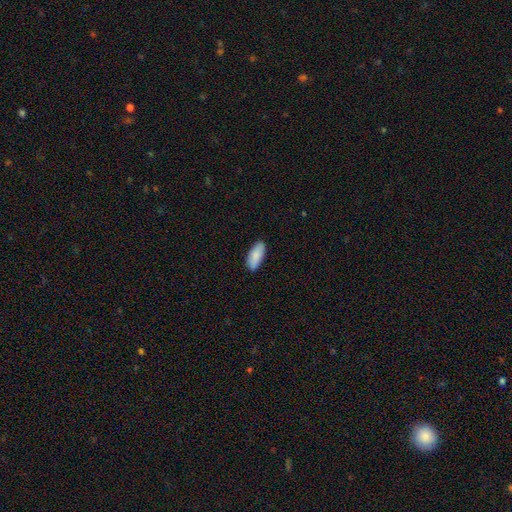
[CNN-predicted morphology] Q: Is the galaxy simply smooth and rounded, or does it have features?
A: smooth — 87%.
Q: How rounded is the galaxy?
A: in between — 85%.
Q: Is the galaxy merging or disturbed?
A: none — 88%.